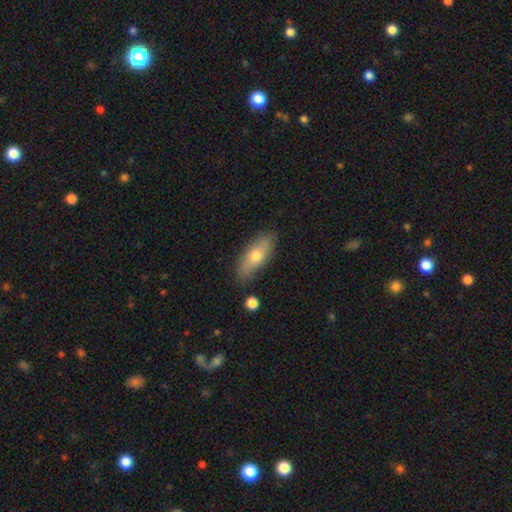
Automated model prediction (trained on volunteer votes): The model was most divided on "smooth or featured": smooth: 66%, featured or disk: 27%, star or artifact: 6%. More confident: merging — none (82%); how rounded — in between (71%).